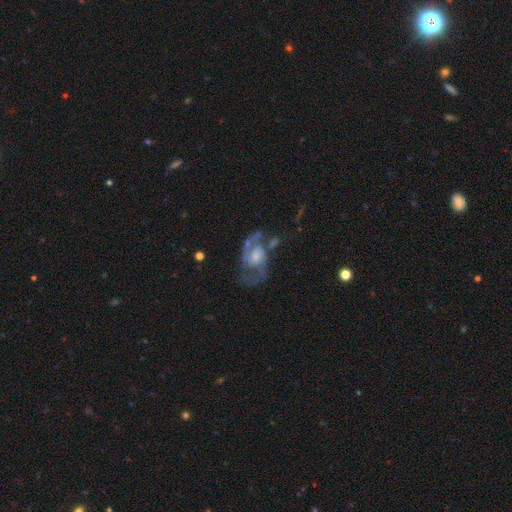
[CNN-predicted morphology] Smooth or featured? featured or disk (83%)
Edge-on disk? no (97%)
Bar? no (53%)
Spiral arms? yes (92%)
Spiral winding? medium (53%)
Spiral arm count? 2 (84%)
Bulge size? moderate (42%)
Merging? none (54%)